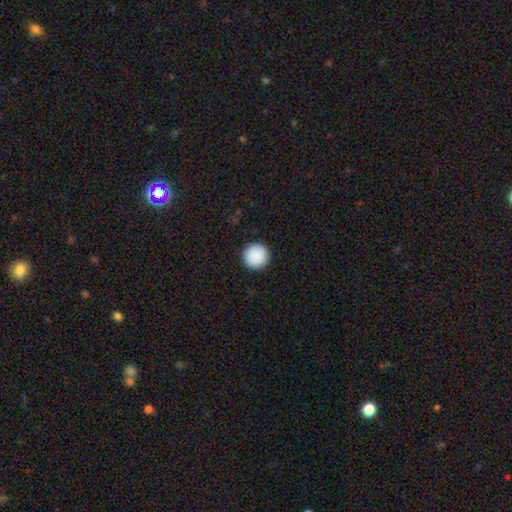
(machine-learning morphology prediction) Smooth or featured? smooth (90%)
How rounded? round (97%)
Merging? none (93%)